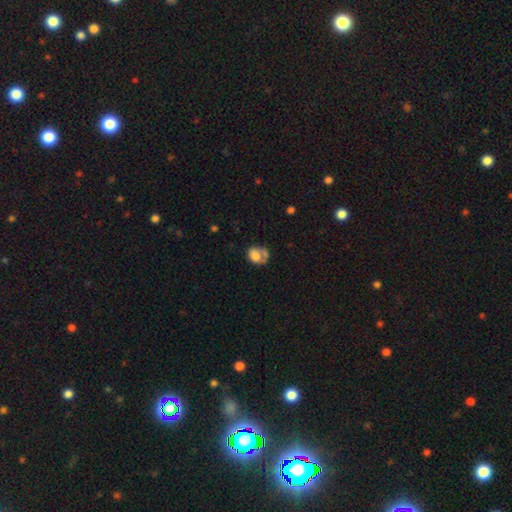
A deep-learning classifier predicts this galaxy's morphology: Overall: smooth (68%). How rounded: in between (56%; round 43%). Merging: none (35%; minor disturbance 23%).